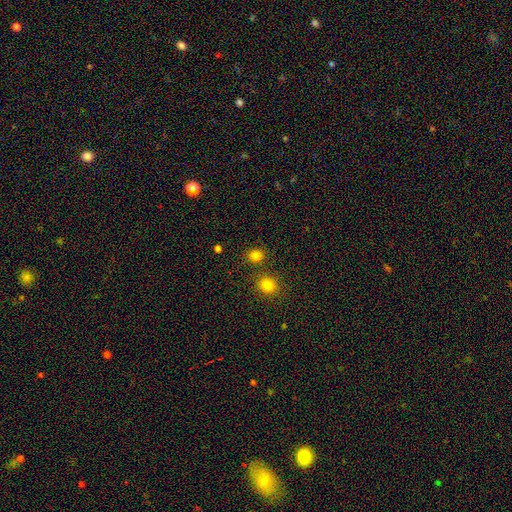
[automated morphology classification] Smooth or featured?
  - smooth: 82% *
  - star or artifact: 14%
  - featured or disk: 4%
How rounded?
  - round: 78% *
  - in between: 21%
  - cigar-shaped: 1%
Merging?
  - none: 81% *
  - merger: 9%
  - minor disturbance: 7%
  - major disturbance: 3%